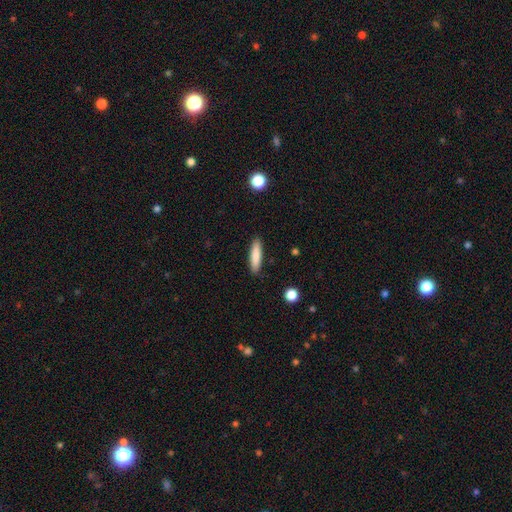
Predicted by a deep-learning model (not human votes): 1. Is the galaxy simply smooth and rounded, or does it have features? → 83% smooth, 11% featured or disk, 6% star or artifact.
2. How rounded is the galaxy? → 75% cigar-shaped, 24% in between, 1% round.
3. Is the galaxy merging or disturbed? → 90% none, 7% minor disturbance, 2% major disturbance, 1% merger.